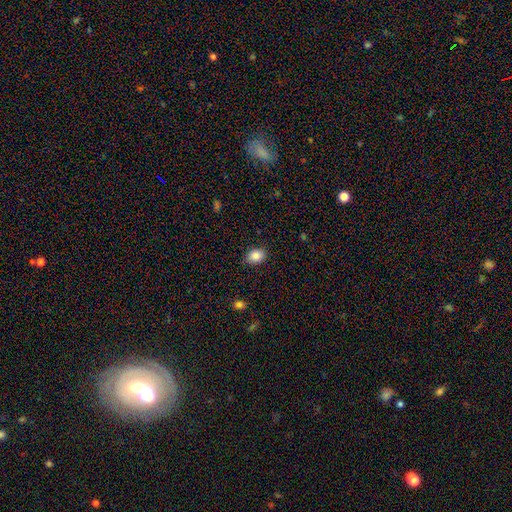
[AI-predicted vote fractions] Smooth or featured?
  - smooth: 87% *
  - star or artifact: 8%
  - featured or disk: 5%
How rounded?
  - in between: 67% *
  - round: 32%
  - cigar-shaped: 1%
Merging?
  - none: 84% *
  - minor disturbance: 12%
  - major disturbance: 2%
  - merger: 1%